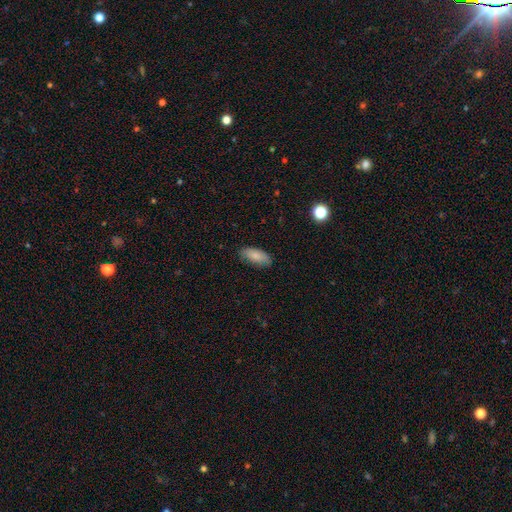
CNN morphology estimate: The model was most divided on "merging": none: 81%, minor disturbance: 15%, major disturbance: 3%, merger: 1%. More confident: smooth or featured — smooth (85%); how rounded — in between (83%).